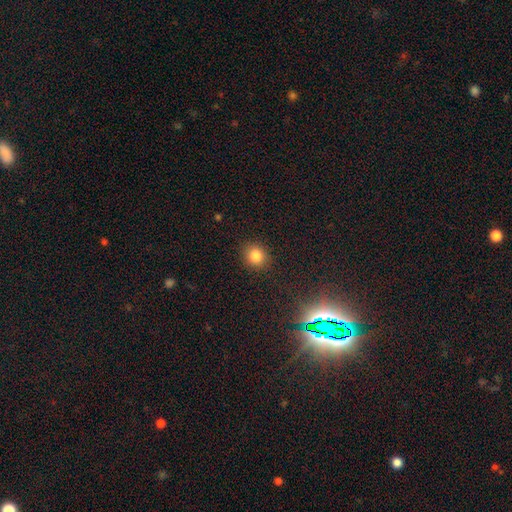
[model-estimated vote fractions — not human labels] smooth 82%, star or artifact 12%, featured or disk 5%. Down the decision tree: how rounded — round (83%); merging — none (90%).